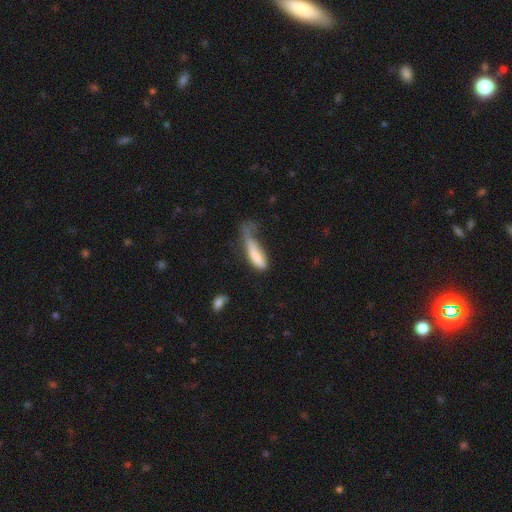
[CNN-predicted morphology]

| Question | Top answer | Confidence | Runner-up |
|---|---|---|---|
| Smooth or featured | smooth | 73% | featured or disk (20%) |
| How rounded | cigar-shaped | 69% | in between (29%) |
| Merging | major disturbance | 46% | minor disturbance (28%) |